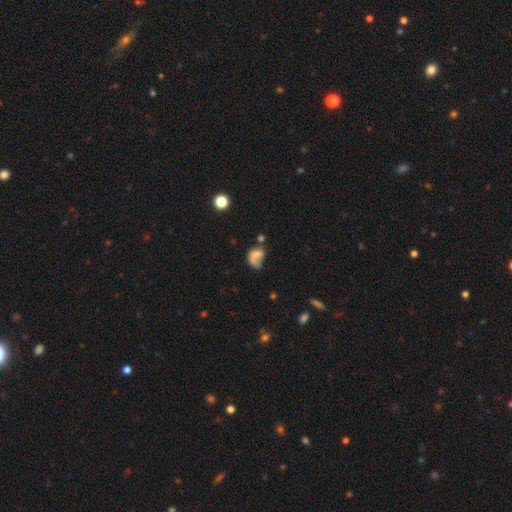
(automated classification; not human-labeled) This is possibly a smooth galaxy (57%). How rounded: likely in between (69%). Merging: marginally major disturbance (30%).